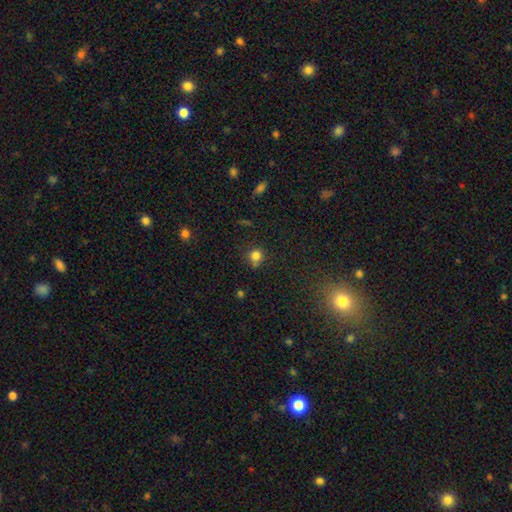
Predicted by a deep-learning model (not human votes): Overall: smooth (80%). How rounded: round (84%). Merging: none (64%).